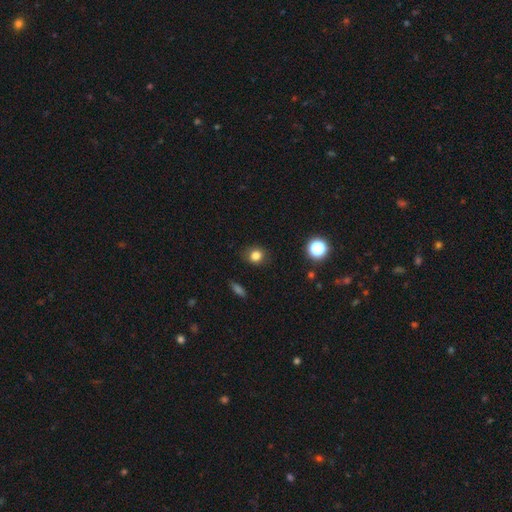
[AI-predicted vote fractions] smooth_or_featured: smooth (p=0.81) [alt: star or artifact p=0.14]
how_rounded: round (p=0.72) [alt: in between p=0.27]
merging: none (p=0.84) [alt: minor disturbance p=0.12]